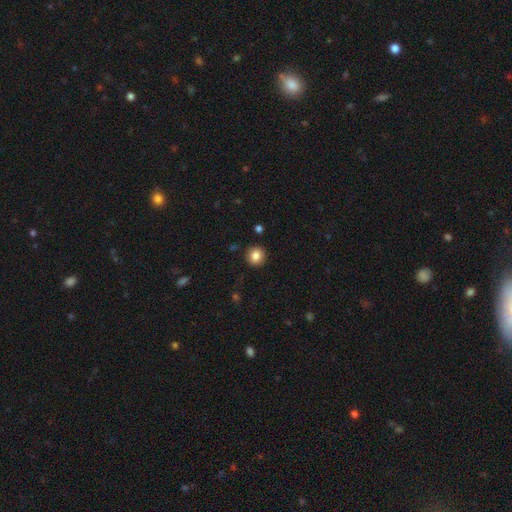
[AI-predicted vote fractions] A smooth galaxy with no disk features (85%) that is round (91%).

Vote fractions:
- Smooth or featured? smooth: 85% / star or artifact: 10% / featured or disk: 6%
- How rounded? round: 91% / in between: 8% / cigar-shaped: 1%
- Merging? none: 91% / minor disturbance: 6% / major disturbance: 2% / merger: 1%